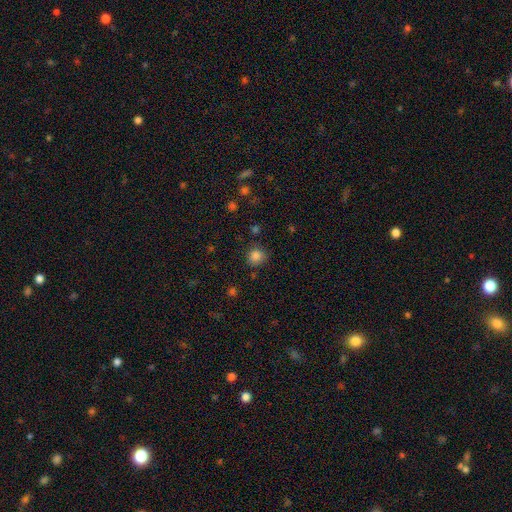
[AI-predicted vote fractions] smooth-or-featured: smooth: 84% | star or artifact: 12% | featured or disk: 4%
  how-rounded: round: 87% | in between: 12% | cigar-shaped: 1%
  merging: none: 80% | minor disturbance: 13% | major disturbance: 4% | merger: 3%